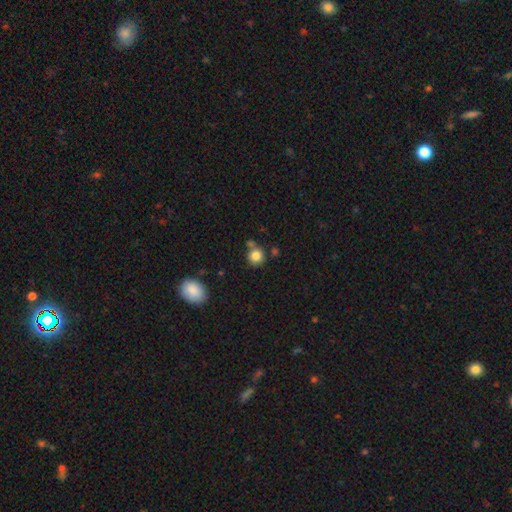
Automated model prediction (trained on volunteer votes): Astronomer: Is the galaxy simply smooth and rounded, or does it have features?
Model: smooth — 83%.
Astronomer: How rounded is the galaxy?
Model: round — 89%.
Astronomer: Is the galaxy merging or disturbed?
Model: none — 70%.